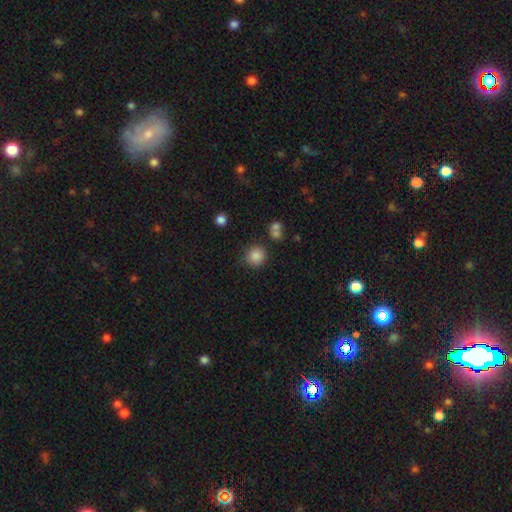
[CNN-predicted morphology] Overall: smooth (85%). How rounded: round (88%). Merging: none (78%).